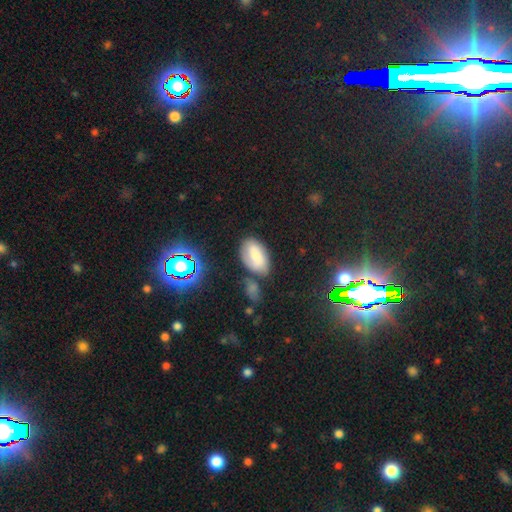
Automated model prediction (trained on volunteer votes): Smooth or featured? Predicted: smooth (p=0.63). How rounded? Predicted: in between (p=0.91). Merging? Predicted: none (p=0.61).